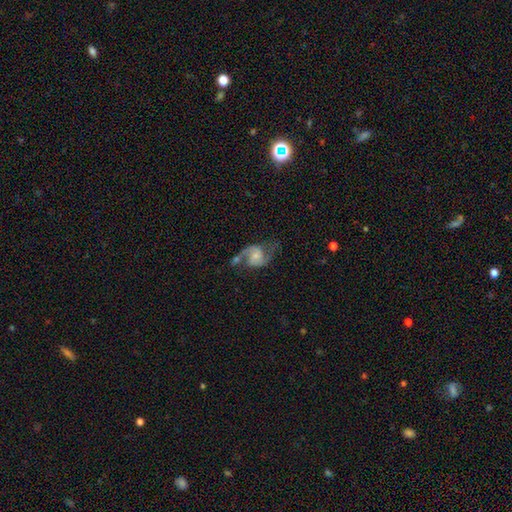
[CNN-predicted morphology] Q: Smooth or featured?
A: featured or disk (80%); runner-up: smooth (13%)
Q: Edge-on disk?
A: no (98%); runner-up: yes (2%)
Q: Bar?
A: no (60%); runner-up: weak (33%)
Q: Spiral arms?
A: yes (94%); runner-up: no (6%)
Q: Spiral winding?
A: loose (55%); runner-up: medium (37%)
Q: Spiral arm count?
A: 2 (89%); runner-up: 1 (5%)
Q: Bulge size?
A: small (42%); runner-up: moderate (26%)
Q: Merging?
A: none (46%); runner-up: minor disturbance (19%)